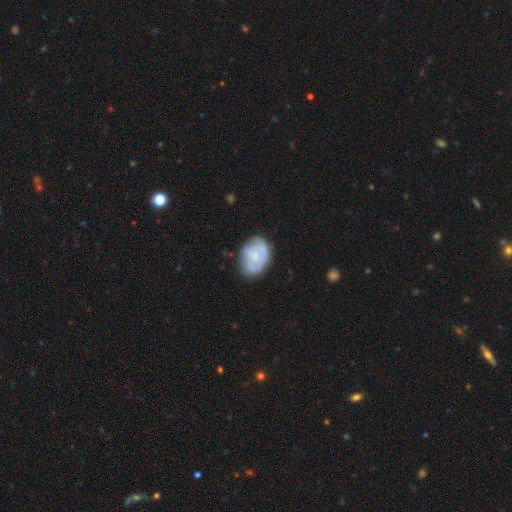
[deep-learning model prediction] Smooth or featured? featured or disk (53%)
Edge-on disk? no (97%)
Bar? no (80%)
Spiral arms? yes (51%)
Bulge size? small (57%)
Merging? none (64%)